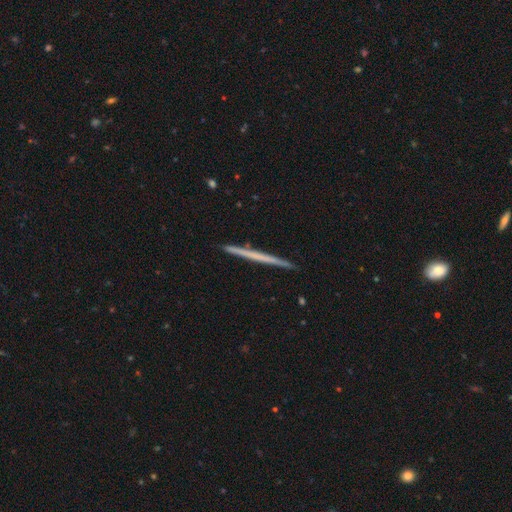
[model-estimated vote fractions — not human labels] Smooth or featured: featured or disk — 53% (smooth — 42%)
Edge-on disk: yes — 98% (no — 2%)
Edge-on bulge: none — 92% (rounded — 5%)
Merging: none — 93% (minor disturbance — 5%)